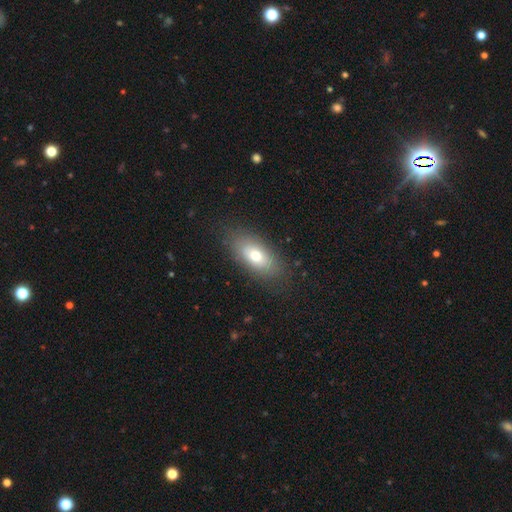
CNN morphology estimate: Smooth or featured? Predicted: smooth (p=0.70). How rounded? Predicted: in between (p=0.86). Merging? Predicted: none (p=0.82).